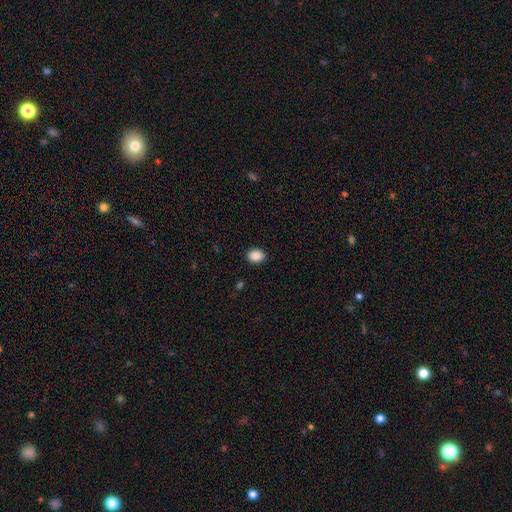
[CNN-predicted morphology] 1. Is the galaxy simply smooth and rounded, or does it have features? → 89% smooth, 8% star or artifact, 2% featured or disk.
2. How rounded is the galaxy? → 59% in between, 40% round, 1% cigar-shaped.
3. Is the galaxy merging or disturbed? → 89% none, 7% minor disturbance, 2% major disturbance, 1% merger.